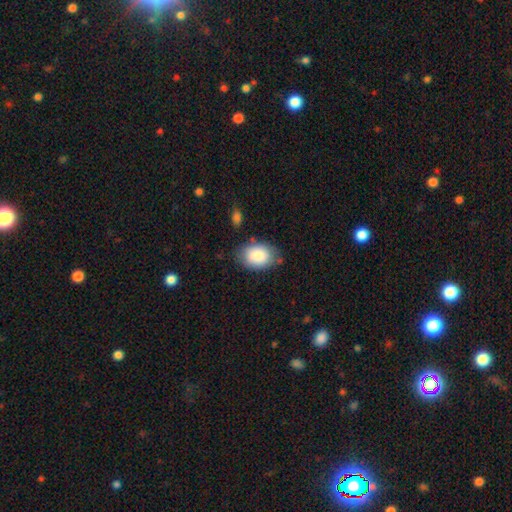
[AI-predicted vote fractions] A smooth galaxy with no disk features (84%) that is in between round and cigar-shaped (80%).

Vote fractions:
- Smooth or featured? smooth: 84% / featured or disk: 9% / star or artifact: 7%
- How rounded? in between: 80% / round: 19% / cigar-shaped: 1%
- Merging? none: 75% / minor disturbance: 17% / major disturbance: 4% / merger: 4%